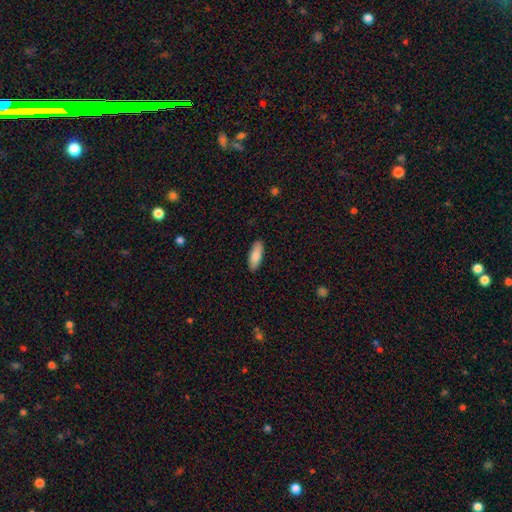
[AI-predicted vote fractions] This is clearly a smooth galaxy (84%). How rounded: likely in between (70%). Merging: clearly none (88%).